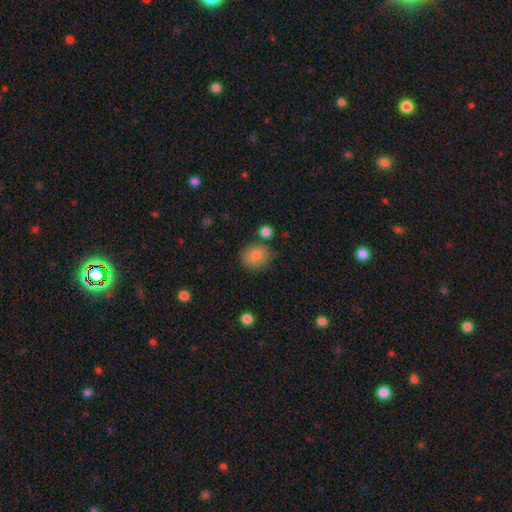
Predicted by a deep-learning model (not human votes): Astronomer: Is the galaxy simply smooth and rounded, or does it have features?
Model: smooth — 84%.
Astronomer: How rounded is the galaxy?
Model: round — 66%.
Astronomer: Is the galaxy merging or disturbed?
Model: none — 72%.